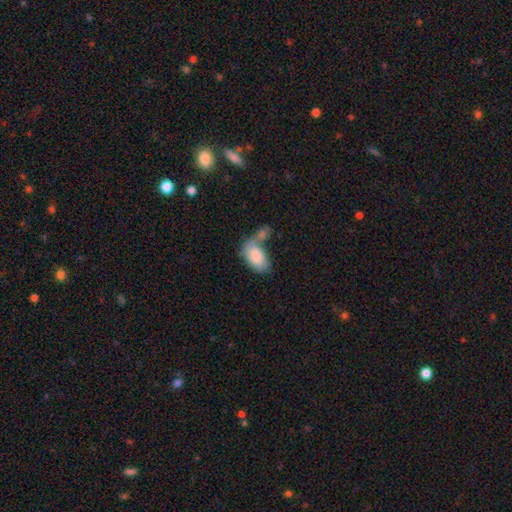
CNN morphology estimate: Smooth or featured? Predicted: smooth (p=0.83). How rounded? Predicted: in between (p=0.94). Merging? Predicted: merger (p=0.46).